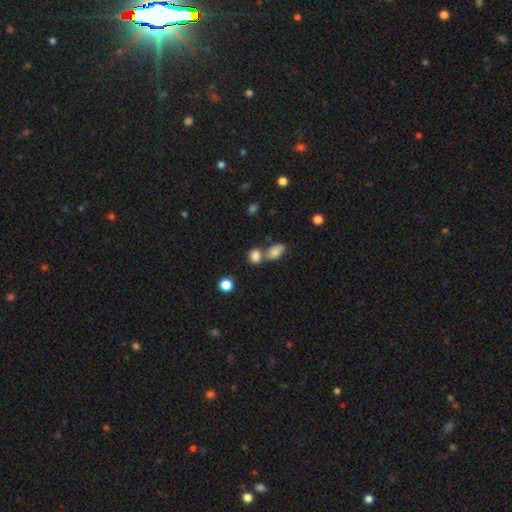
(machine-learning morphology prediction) Q: Smooth or featured?
A: smooth (82%); runner-up: star or artifact (11%)
Q: How rounded?
A: in between (56%); runner-up: round (42%)
Q: Merging?
A: none (45%); runner-up: merger (40%)